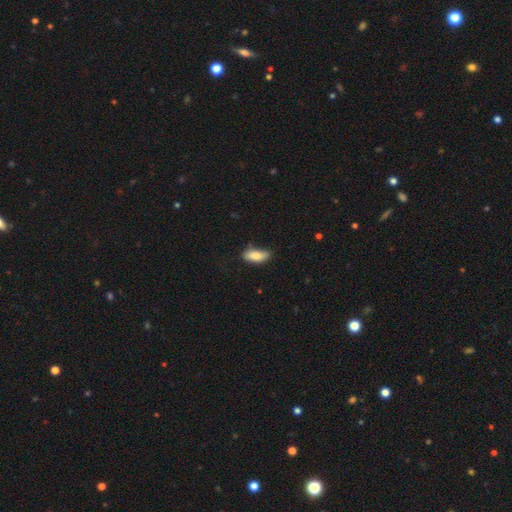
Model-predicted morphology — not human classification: Smooth or featured? Predicted: smooth (p=0.83). How rounded? Predicted: in between (p=0.82). Merging? Predicted: none (p=0.66).